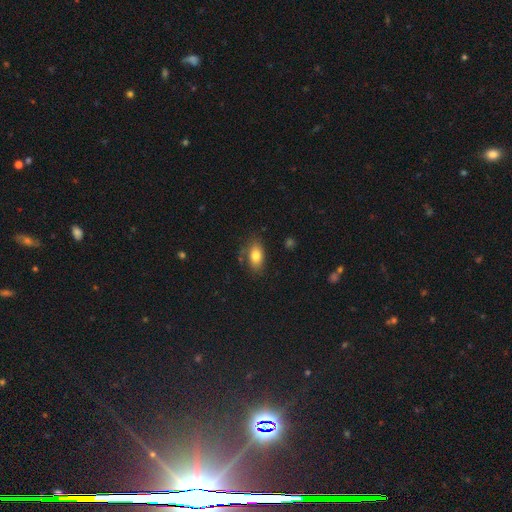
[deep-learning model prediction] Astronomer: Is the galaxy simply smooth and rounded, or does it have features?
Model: smooth — 81%.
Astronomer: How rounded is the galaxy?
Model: in between — 88%.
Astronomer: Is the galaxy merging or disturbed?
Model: none — 74%.